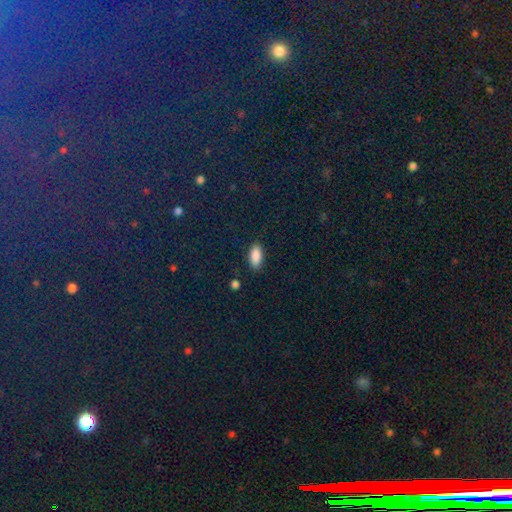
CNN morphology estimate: smooth-or-featured: smooth: 88% | star or artifact: 8% | featured or disk: 4%
  how-rounded: in between: 91% | cigar-shaped: 7% | round: 3%
  merging: none: 86% | minor disturbance: 10% | major disturbance: 3% | merger: 1%